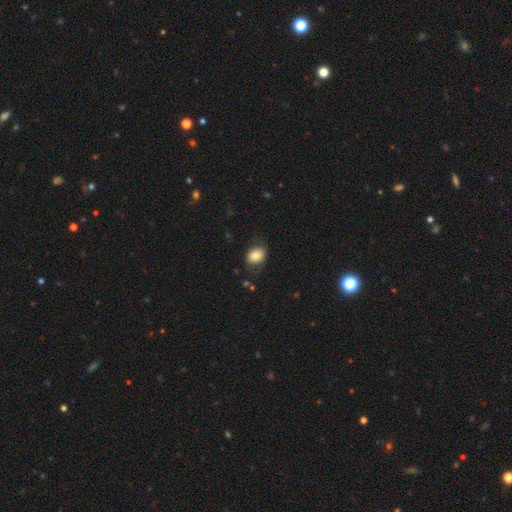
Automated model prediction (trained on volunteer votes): Smooth or featured? Predicted: smooth (p=0.82). How rounded? Predicted: in between (p=0.59). Merging? Predicted: none (p=0.73).